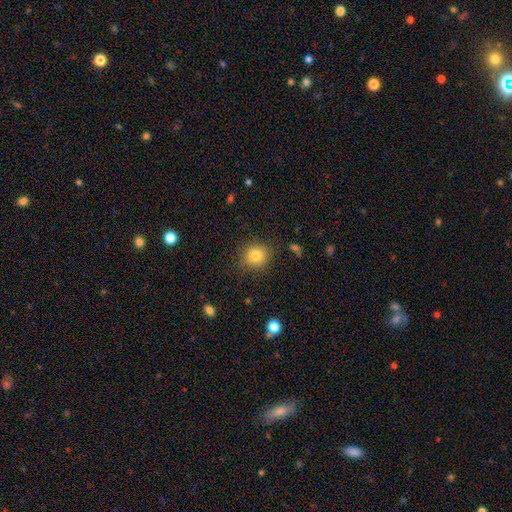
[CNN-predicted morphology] Smooth or featured: smooth — 80% (star or artifact — 12%)
How rounded: round — 83% (in between — 16%)
Merging: none — 85% (minor disturbance — 11%)